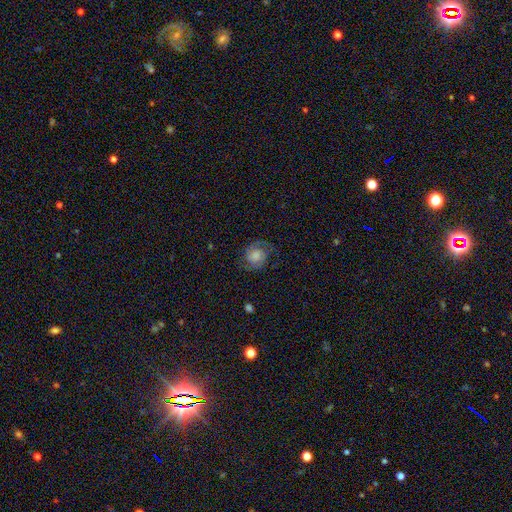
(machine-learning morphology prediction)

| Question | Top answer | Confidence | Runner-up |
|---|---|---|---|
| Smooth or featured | featured or disk | 63% | smooth (28%) |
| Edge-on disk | no | 97% | yes (3%) |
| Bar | no | 70% | weak (26%) |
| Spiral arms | yes | 93% | no (7%) |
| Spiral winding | medium | 46% | tight (35%) |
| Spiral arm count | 2 | 88% | can't tell (6%) |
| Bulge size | moderate | 36% | large (23%) |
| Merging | none | 74% | minor disturbance (17%) |